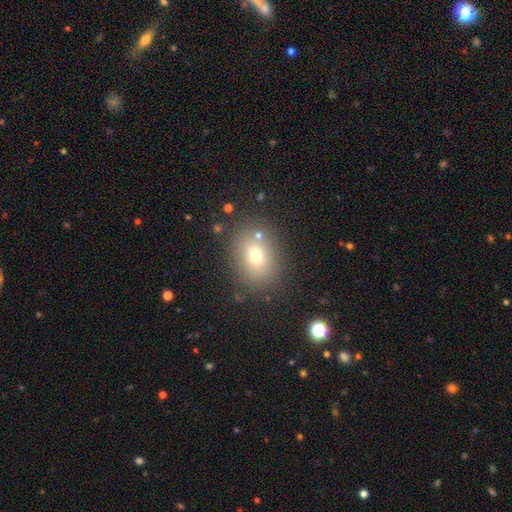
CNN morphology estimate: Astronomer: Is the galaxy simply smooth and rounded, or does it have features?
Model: smooth — 71%.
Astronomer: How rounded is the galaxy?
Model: in between — 59% (runner-up: round, 40%).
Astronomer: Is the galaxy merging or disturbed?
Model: none — 79%.